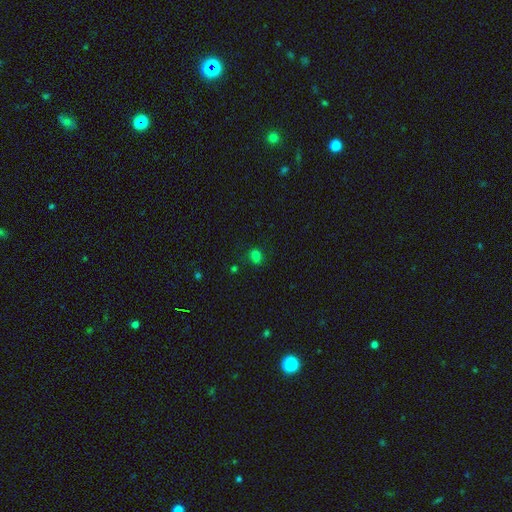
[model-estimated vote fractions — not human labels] Smooth or featured? smooth (70%)
How rounded? in between (52%)
Merging? none (64%)